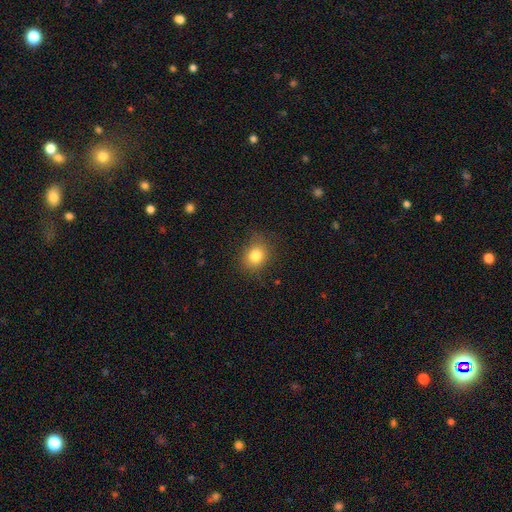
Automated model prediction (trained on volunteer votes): Smooth or featured? smooth (80%)
How rounded? round (65%)
Merging? none (80%)